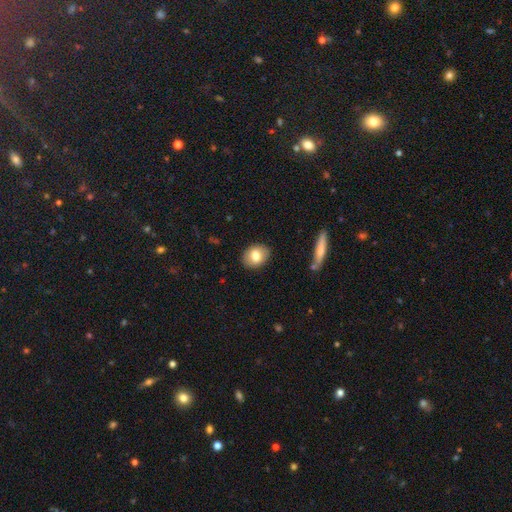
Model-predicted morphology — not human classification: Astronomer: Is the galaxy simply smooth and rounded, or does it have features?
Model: smooth — 77%.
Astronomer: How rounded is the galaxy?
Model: in between — 59% (runner-up: round, 40%).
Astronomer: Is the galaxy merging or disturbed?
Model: none — 88%.